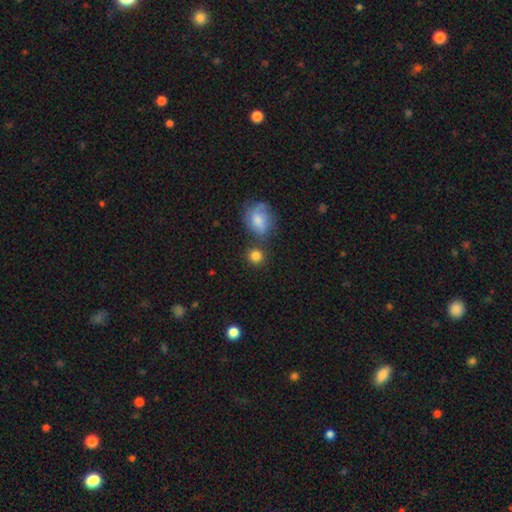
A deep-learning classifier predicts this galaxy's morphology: Q: Smooth or featured?
A: smooth (84%); runner-up: star or artifact (10%)
Q: How rounded?
A: round (87%); runner-up: in between (11%)
Q: Merging?
A: none (73%); runner-up: merger (13%)